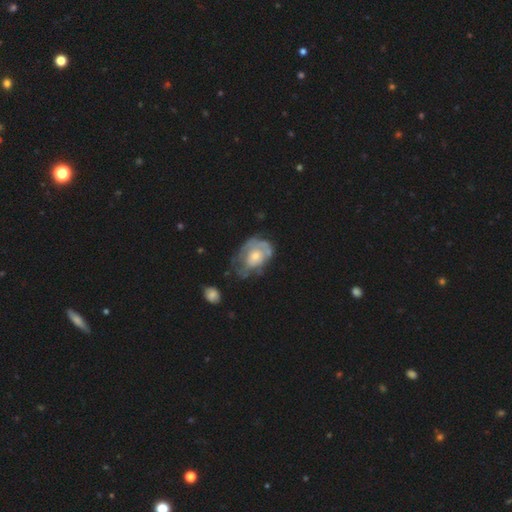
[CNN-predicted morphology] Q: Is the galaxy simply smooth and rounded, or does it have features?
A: featured or disk — 56%.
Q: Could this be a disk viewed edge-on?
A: no — 96%.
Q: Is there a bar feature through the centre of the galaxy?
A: no — 85%.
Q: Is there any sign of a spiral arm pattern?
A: no — 61%.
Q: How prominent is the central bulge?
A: moderate — 52%.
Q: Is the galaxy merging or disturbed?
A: none — 39%.